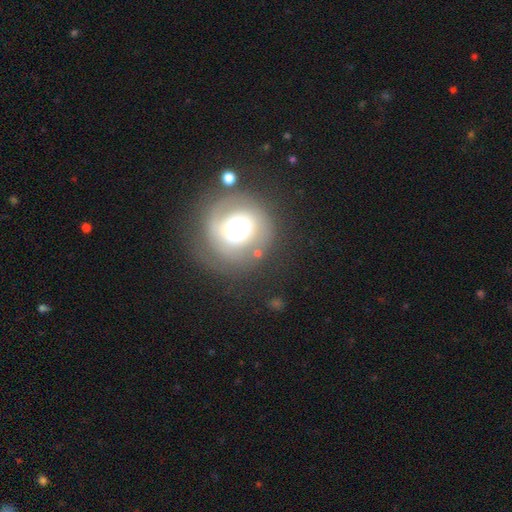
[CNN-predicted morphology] Smooth or featured? featured or disk (63%)
Edge-on disk? no (97%)
Bar? no (62%)
Spiral arms? yes (76%)
Bulge size? moderate (57%)
Merging? none (74%)